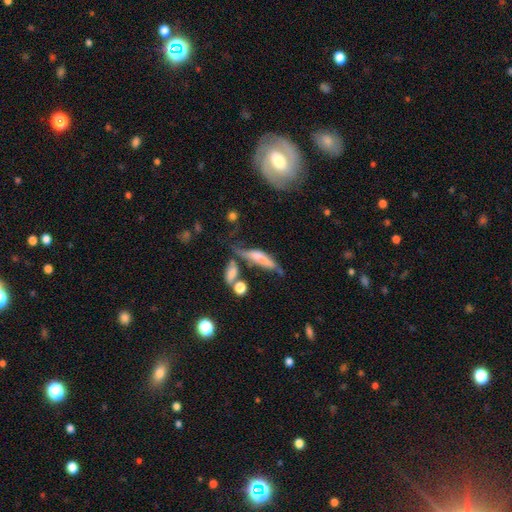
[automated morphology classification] smooth-or-featured: featured or disk: 44% (tied) | smooth: 44% (tied) | star or artifact: 11%
  merging: none: 40% | minor disturbance: 24% | major disturbance: 18% | merger: 17%